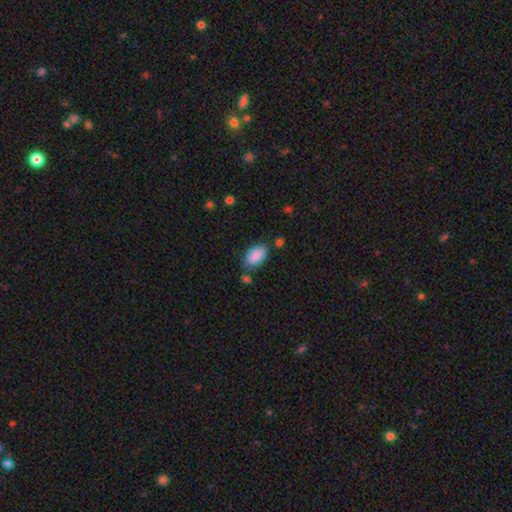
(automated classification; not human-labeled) Morphology: type=smooth (89%); roundness=in between (94%); merging=none (73%).